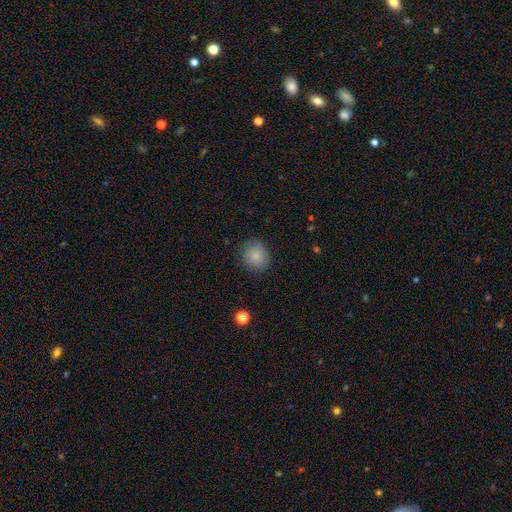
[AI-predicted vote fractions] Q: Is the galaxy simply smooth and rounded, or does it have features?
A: smooth — 84%.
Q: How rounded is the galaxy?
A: round — 81%.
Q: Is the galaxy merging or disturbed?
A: none — 84%.